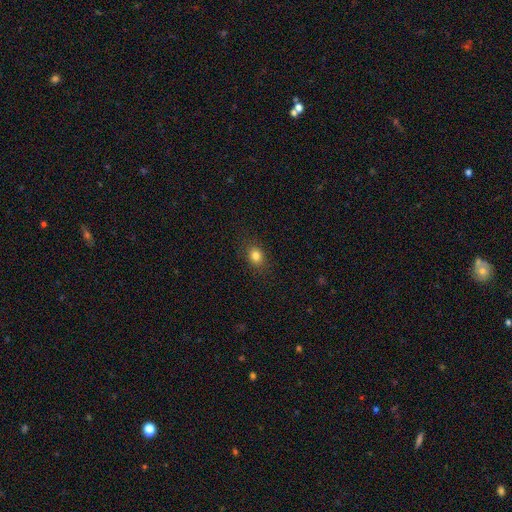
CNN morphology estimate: A smooth galaxy with no disk features (82%) that is in between round and cigar-shaped (51%).

Vote fractions:
- Smooth or featured? smooth: 82% / star or artifact: 12% / featured or disk: 7%
- How rounded? in between: 51% / round: 48% / cigar-shaped: 1%
- Merging? none: 87% / minor disturbance: 9% / major disturbance: 3% / merger: 1%